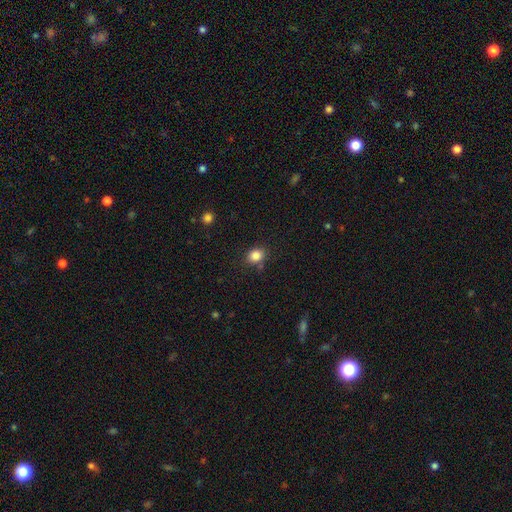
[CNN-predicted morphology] This is clearly a smooth galaxy (85%). How rounded: possibly round (51%). Merging: likely none (80%).